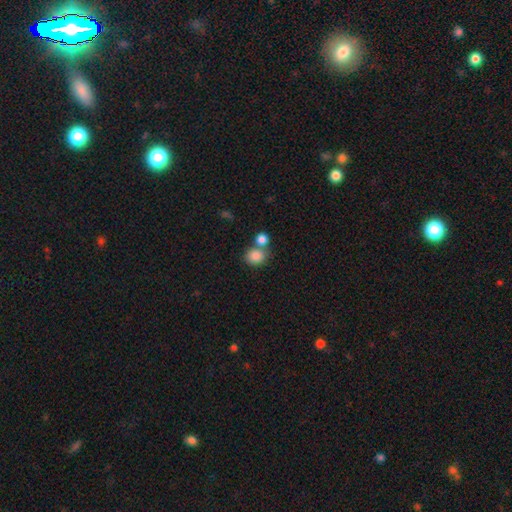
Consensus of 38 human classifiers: Volunteers were most divided on "merging": none: 66%, merger: 20%, minor disturbance: 11%, major disturbance: 3%. More confident: how rounded — round (88%); smooth or featured — smooth (87%).